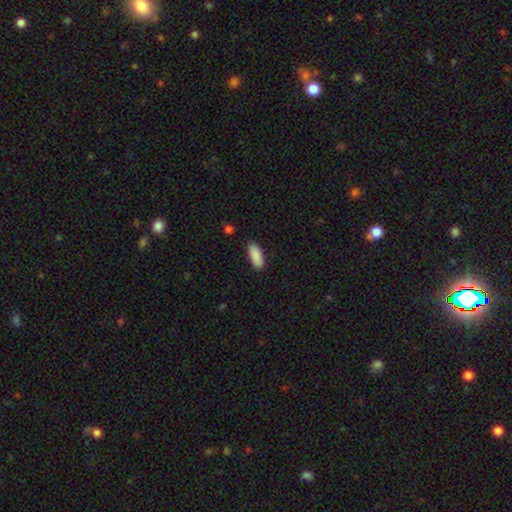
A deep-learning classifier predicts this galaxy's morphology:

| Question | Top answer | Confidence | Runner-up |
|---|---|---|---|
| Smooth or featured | smooth | 90% | star or artifact (6%) |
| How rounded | in between | 79% | cigar-shaped (19%) |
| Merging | none | 87% | minor disturbance (10%) |